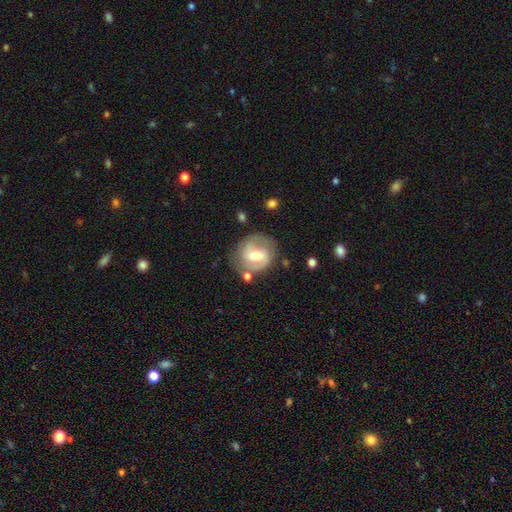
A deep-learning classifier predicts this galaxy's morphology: featured or disk 67%, smooth 26%, star or artifact 6%. Down the decision tree: edge-on disk — no (97%); bar — weak (52%); spiral arms — yes (83%); spiral arm count — 2 (80%); spiral winding — medium (48%); bulge size — moderate (61%); merging — none (69%).